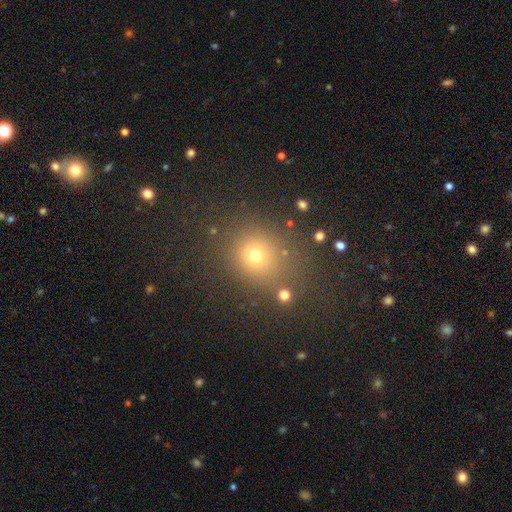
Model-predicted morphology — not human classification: Smooth or featured?
  - smooth: 66% *
  - star or artifact: 26%
  - featured or disk: 8%
How rounded?
  - round: 79% *
  - in between: 19%
  - cigar-shaped: 1%
Merging?
  - none: 78% *
  - minor disturbance: 11%
  - major disturbance: 6%
  - merger: 5%